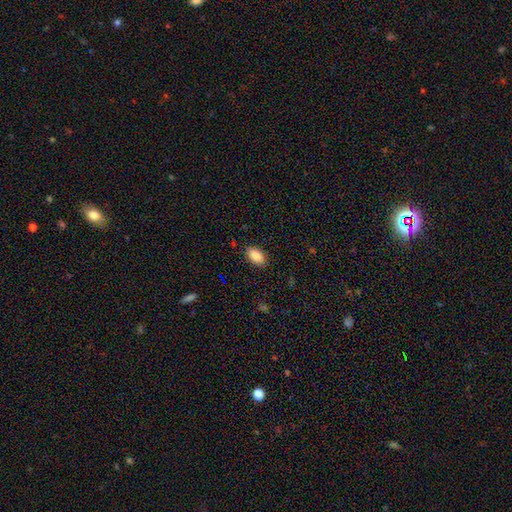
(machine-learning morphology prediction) This is clearly a smooth galaxy (87%). How rounded: clearly in between (92%). Merging: clearly none (87%).